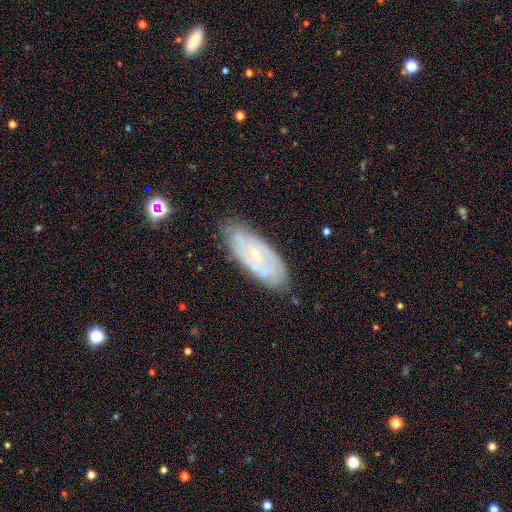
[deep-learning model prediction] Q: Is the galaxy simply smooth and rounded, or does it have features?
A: featured or disk — 75%.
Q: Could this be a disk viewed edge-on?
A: no — 91%.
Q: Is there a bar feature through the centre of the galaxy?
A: no — 62%.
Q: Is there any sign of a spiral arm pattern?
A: yes — 88%.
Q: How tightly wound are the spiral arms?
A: tight — 66%.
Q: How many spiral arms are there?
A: can't tell — 45%.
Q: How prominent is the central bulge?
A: small — 79%.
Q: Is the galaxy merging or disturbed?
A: none — 77%.